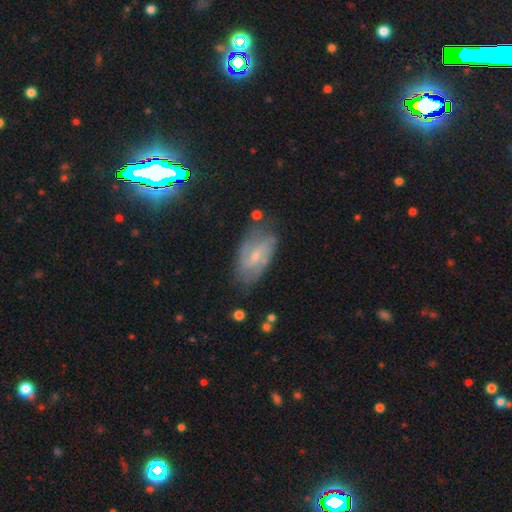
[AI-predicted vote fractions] Smooth or featured: featured or disk — 74% (smooth — 18%)
Edge-on disk: no — 95% (yes — 5%)
Bar: weak — 52% (no — 37%)
Spiral arms: yes — 90% (no — 10%)
Spiral winding: medium — 44% (tight — 35%)
Spiral arm count: 2 — 58% (can't tell — 25%)
Bulge size: small — 64% (moderate — 31%)
Merging: none — 69% (minor disturbance — 21%)